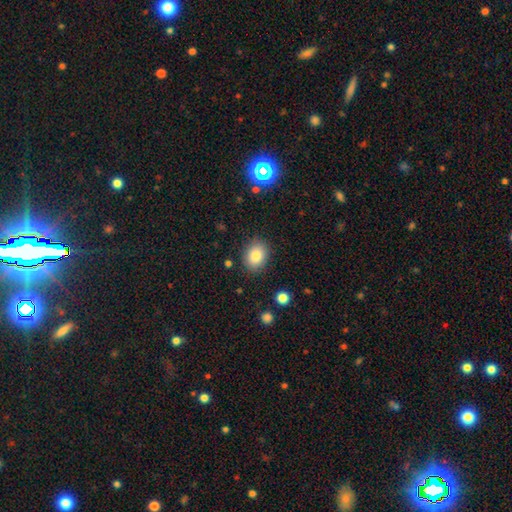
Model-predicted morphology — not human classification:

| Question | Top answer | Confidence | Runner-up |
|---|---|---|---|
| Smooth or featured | smooth | 83% | star or artifact (9%) |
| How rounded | in between | 61% | round (39%) |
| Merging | none | 86% | minor disturbance (10%) |